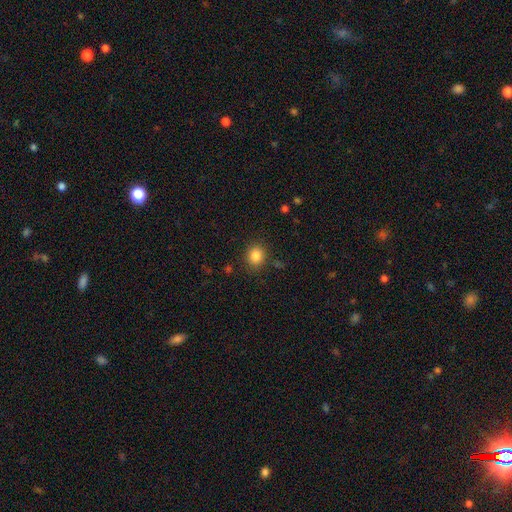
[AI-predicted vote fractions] Smooth or featured? smooth (84%)
How rounded? round (71%)
Merging? none (86%)